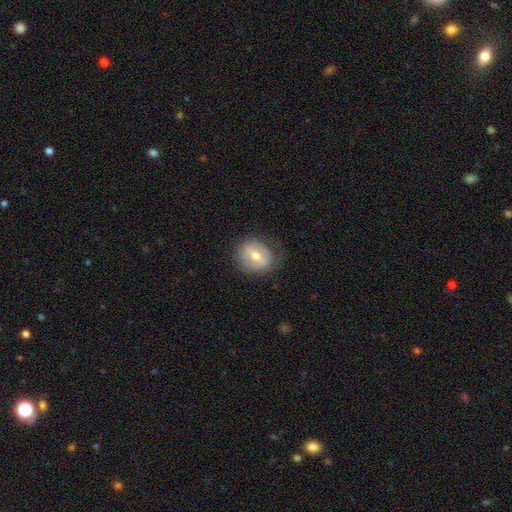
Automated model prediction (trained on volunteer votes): This appears to be a smooth galaxy with no disk features (53%) that is round (71%). Merging: none (74%).